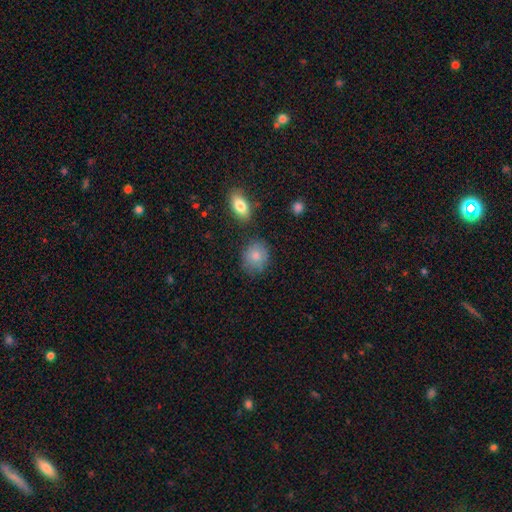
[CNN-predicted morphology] Smooth or featured? smooth (83%)
How rounded? round (69%)
Merging? none (73%)